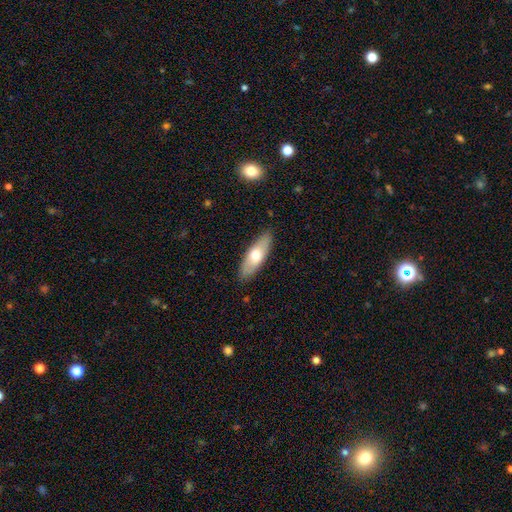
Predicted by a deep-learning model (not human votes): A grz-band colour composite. It shows a smooth galaxy with no disk features (65%) that is in between round and cigar-shaped (61%). Merging: none (87%).